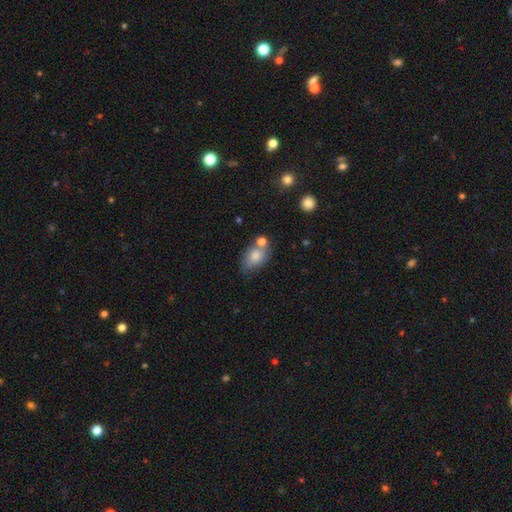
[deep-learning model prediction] Overall: smooth (76%). How rounded: in between (82%). Merging: none (51%; merger 22%).